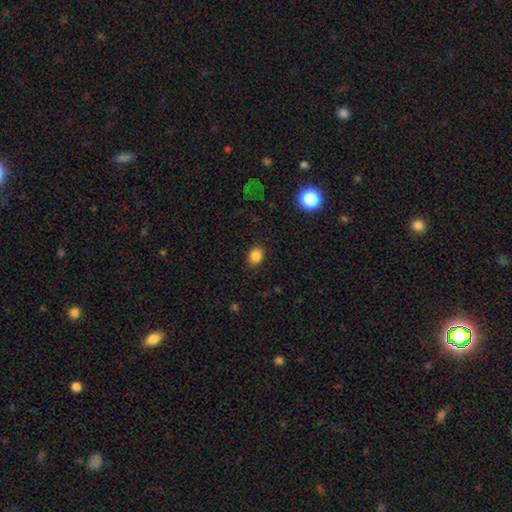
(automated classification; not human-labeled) Morphology: type=smooth (85%); roundness=round (66%); merging=none (88%).